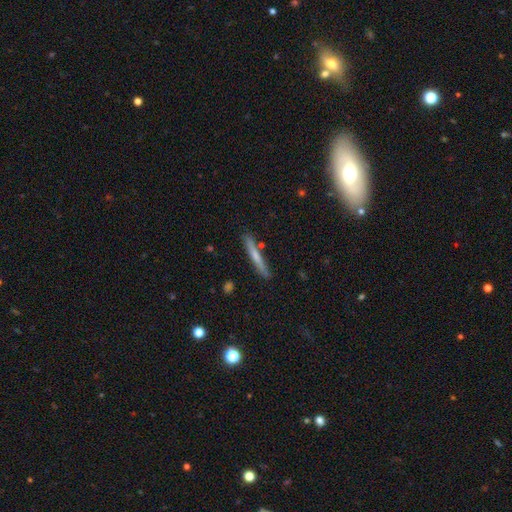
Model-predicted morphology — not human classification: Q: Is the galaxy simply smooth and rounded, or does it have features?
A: smooth — 56%.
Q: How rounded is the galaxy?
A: cigar-shaped — 96%.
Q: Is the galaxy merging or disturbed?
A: none — 86%.